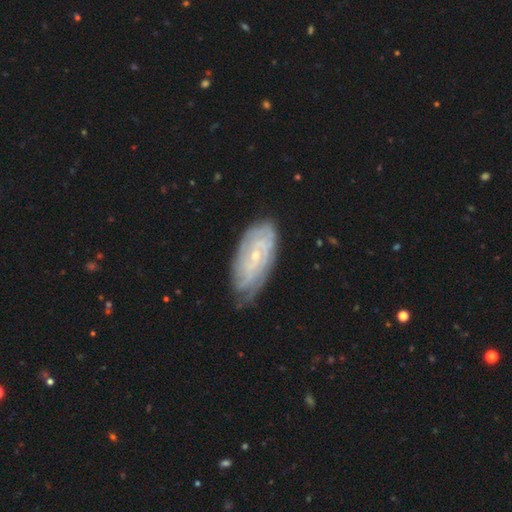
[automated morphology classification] type=featured or disk (77%); edge-on=no (92%); bar=no (59%); spiral arms=yes (91%); winding=tight (72%); arm count=can't tell (50%); bulge=small (77%); merging=none (70%).